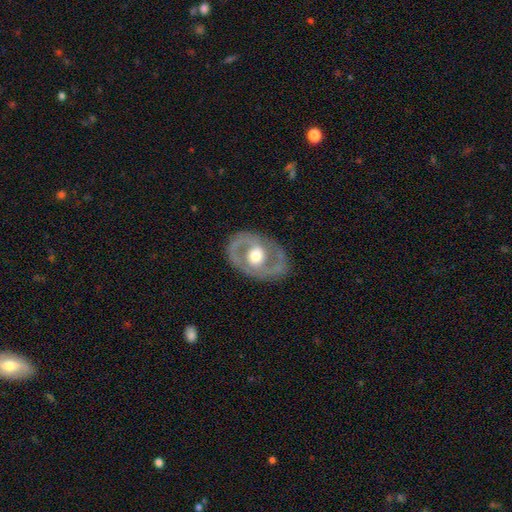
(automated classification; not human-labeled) A featured or disk galaxy (77%) with no bar (59%), spiral arms (59%) and a moderate central bulge (64%).

Vote fractions:
- Smooth or featured? featured or disk: 77% / smooth: 19% / star or artifact: 5%
- Edge-on disk? no: 94% / yes: 6%
- Bar? no: 59% / weak: 28% / strong: 13%
- Spiral arms? yes: 59% / no: 41%
- Bulge size? moderate: 64% / large: 27% / small: 7% / dominant: 2% / none: 1%
- Merging? none: 82% / minor disturbance: 12% / major disturbance: 6% / merger: 1%